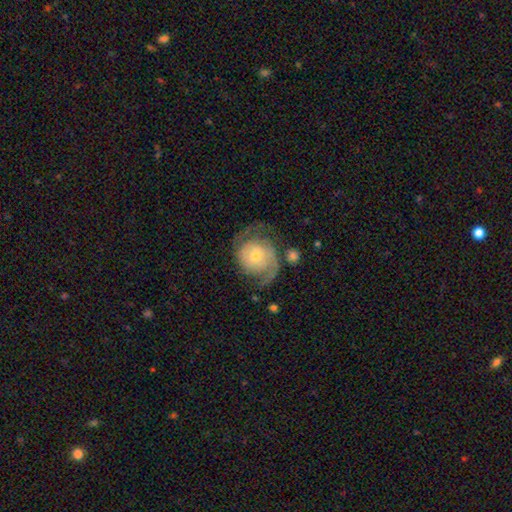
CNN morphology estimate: smooth-or-featured: featured or disk: 74% | smooth: 20% | star or artifact: 6%
  disk-edge-on: no: 97% | yes: 3%
    bar: no: 66% | weak: 28% | strong: 5%
    has-spiral-arms: yes: 90% | no: 10%
      spiral-winding: medium: 41% | tight: 31% | loose: 27%
      spiral-arm-count: 2: 75% | can't tell: 10% | 1: 9% | 3: 3% | 4: 1% | more than 4: 1%
    bulge-size: small: 60% | moderate: 32% | large: 4% | none: 2% | dominant: 1%
  merging: none: 54% | major disturbance: 21% | minor disturbance: 21% | merger: 4%